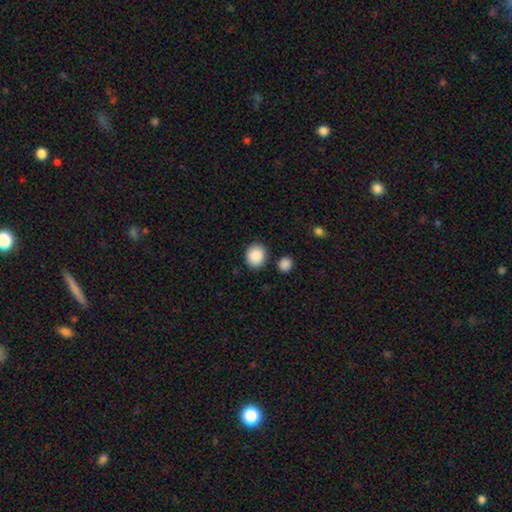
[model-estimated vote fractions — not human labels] Overall: smooth (88%). How rounded: round (73%). Merging: none (85%).